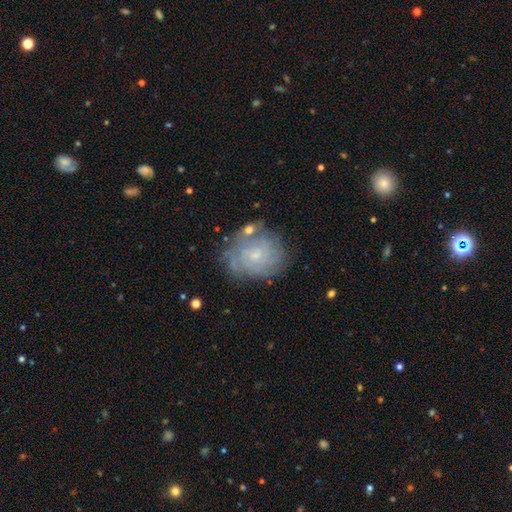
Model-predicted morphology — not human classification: smooth-or-featured: featured or disk: 61% | smooth: 29% | star or artifact: 10%
  disk-edge-on: no: 97% | yes: 3%
    bar: no: 75% | weak: 21% | strong: 3%
    has-spiral-arms: yes: 76% | no: 24%
    bulge-size: small: 73% | moderate: 19% | none: 5% | large: 1% | dominant: 1%
  merging: none: 67% | minor disturbance: 19% | major disturbance: 8% | merger: 6%